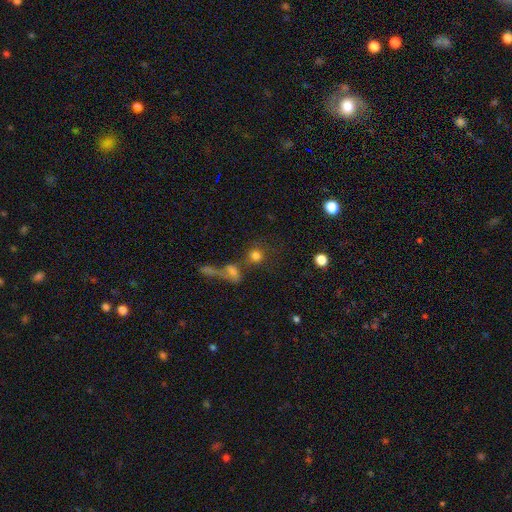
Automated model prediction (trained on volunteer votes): Q: Smooth or featured?
A: smooth (72%); runner-up: star or artifact (16%)
Q: How rounded?
A: round (75%); runner-up: in between (21%)
Q: Merging?
A: none (45%); runner-up: merger (33%)